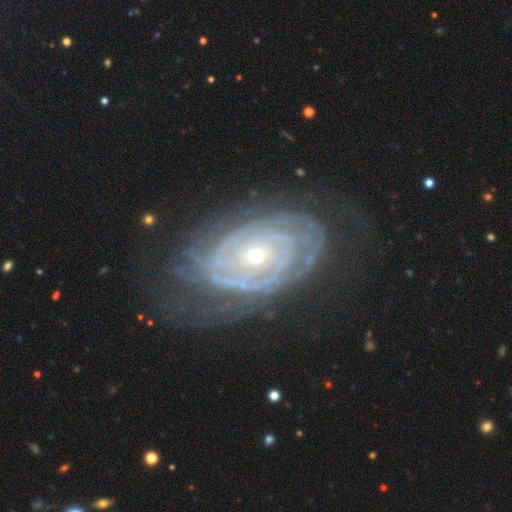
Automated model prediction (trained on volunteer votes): A featured or disk galaxy (87%) with no bar (78%), tight (83%) spiral arms (93%) and a small central bulge (67%). Merging: none (66%).